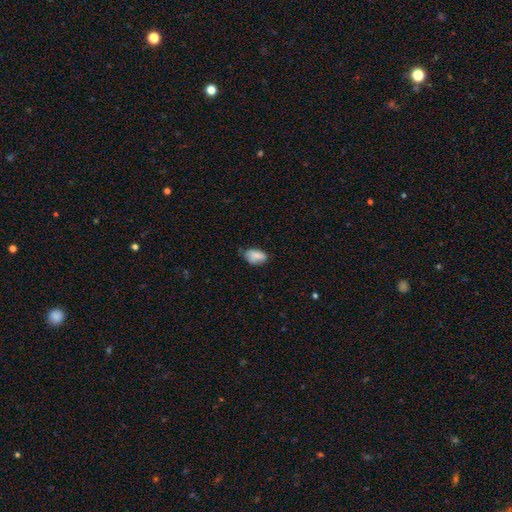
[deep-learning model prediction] Overall: smooth (80%). How rounded: in between (90%). Merging: none (53%; minor disturbance 37%).